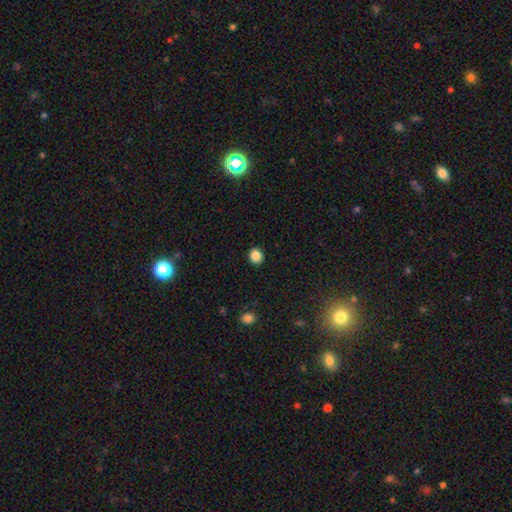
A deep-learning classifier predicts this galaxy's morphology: A smooth galaxy with no disk features (86%) that is round (73%). Merging: none (91%).